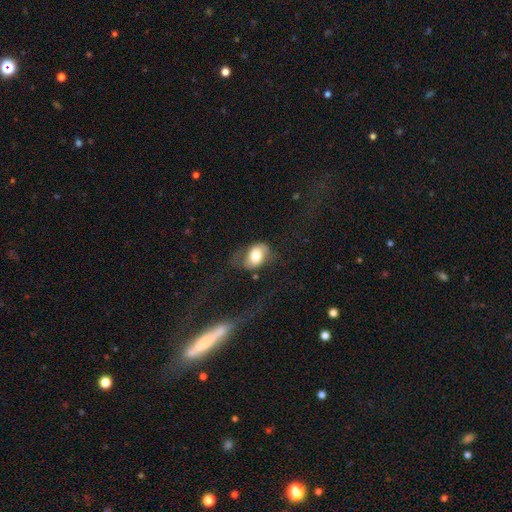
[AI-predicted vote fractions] smooth 69%, featured or disk 23%, star or artifact 7%. Down the decision tree: how rounded — in between (85%); merging — none (40%).